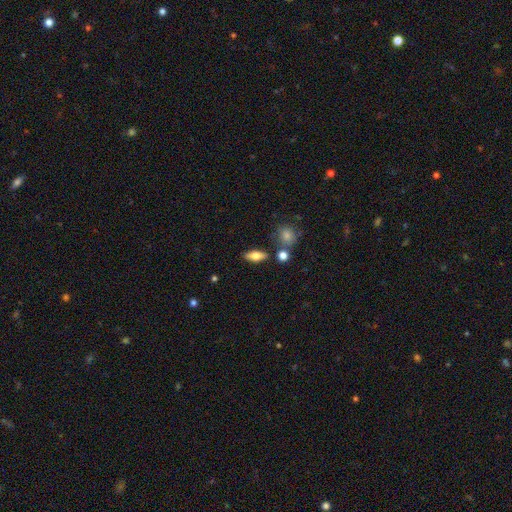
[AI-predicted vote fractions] Overall: smooth (66%; featured or disk 26%). How rounded: in between (74%). Merging: none (80%).